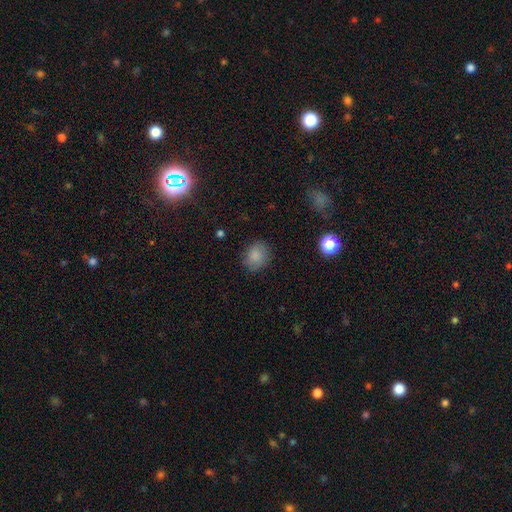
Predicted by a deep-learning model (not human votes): Smooth or featured?
  - smooth: 84% *
  - star or artifact: 9%
  - featured or disk: 7%
How rounded?
  - round: 65% *
  - in between: 34%
  - cigar-shaped: 1%
Merging?
  - none: 81% *
  - minor disturbance: 14%
  - major disturbance: 4%
  - merger: 1%